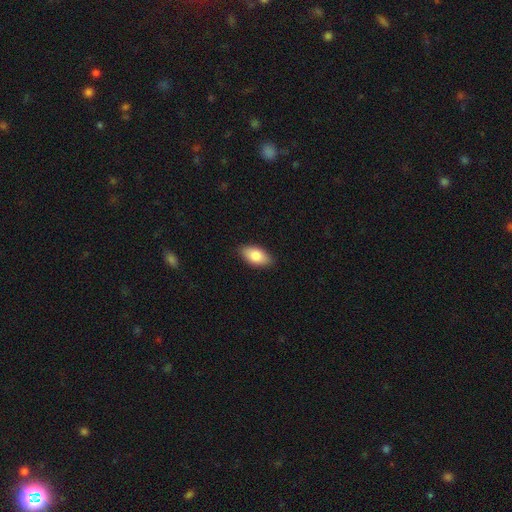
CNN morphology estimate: type=smooth (84%); roundness=in between (93%); merging=none (87%).